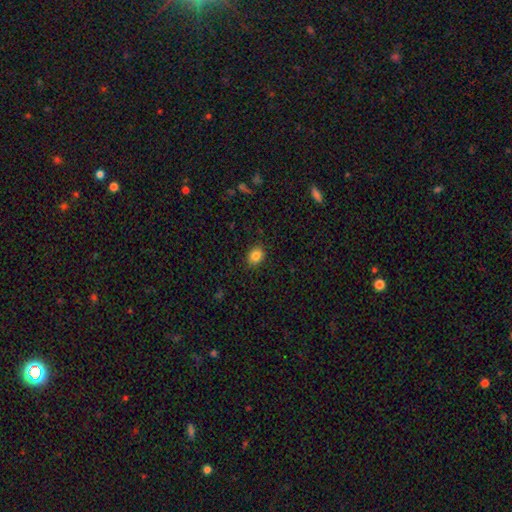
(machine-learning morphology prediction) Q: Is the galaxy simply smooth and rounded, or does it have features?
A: smooth — 85%.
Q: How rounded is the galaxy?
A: in between — 50%.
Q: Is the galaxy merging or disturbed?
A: none — 88%.